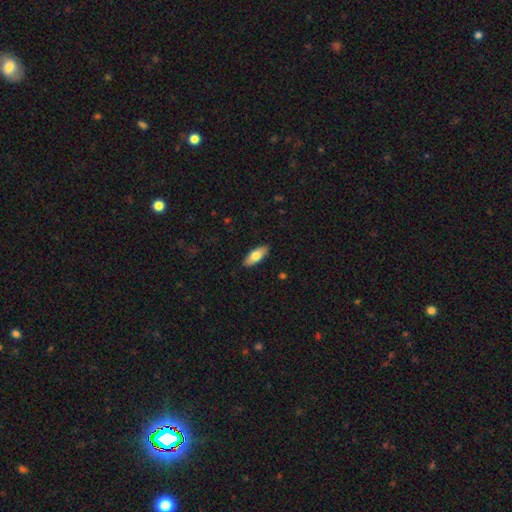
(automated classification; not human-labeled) A smooth galaxy with no disk features (74%) that is in between round and cigar-shaped (78%). Merging: none (89%).